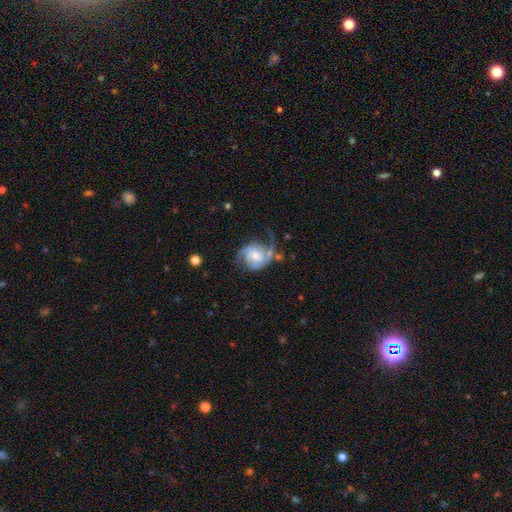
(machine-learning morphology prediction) Smooth or featured? featured or disk (78%)
Edge-on disk? no (98%)
Bar? no (54%)
Spiral arms? yes (93%)
Spiral winding? medium (44%)
Spiral arm count? 2 (78%)
Bulge size? moderate (45%)
Merging? none (46%)